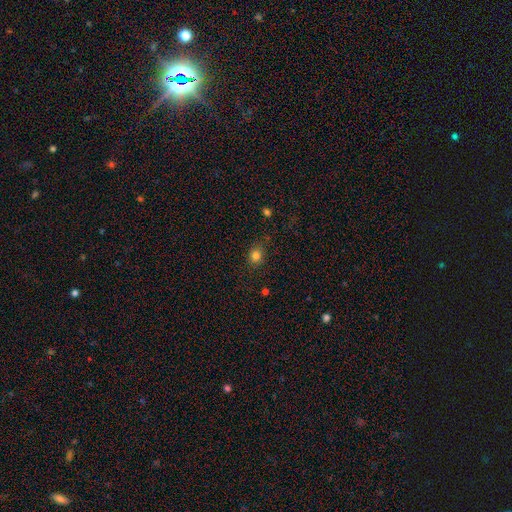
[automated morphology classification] smooth_or_featured: smooth (p=0.81) [alt: star or artifact p=0.14]
how_rounded: round (p=0.62) [alt: in between p=0.37]
merging: none (p=0.83) [alt: minor disturbance p=0.12]